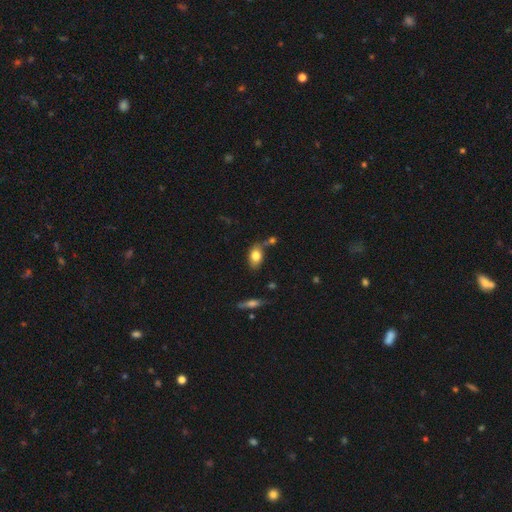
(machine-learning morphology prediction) A smooth galaxy with no disk features (80%) that is in between round and cigar-shaped (84%). Merging: none (58%).